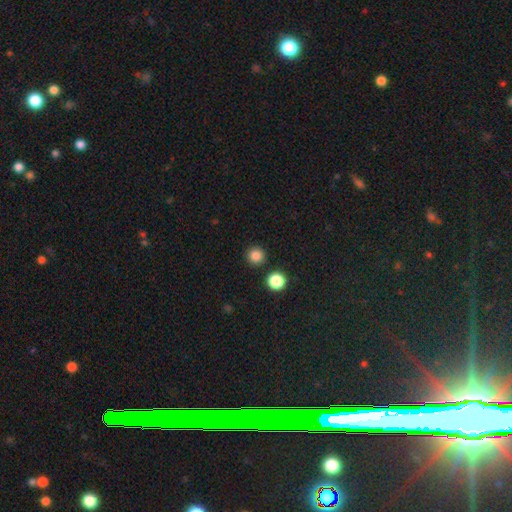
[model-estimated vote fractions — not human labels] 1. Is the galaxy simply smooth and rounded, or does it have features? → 84% smooth, 12% star or artifact, 3% featured or disk.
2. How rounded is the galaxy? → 96% round, 3% in between, 1% cigar-shaped.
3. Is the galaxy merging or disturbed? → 91% none, 5% minor disturbance, 3% merger, 2% major disturbance.